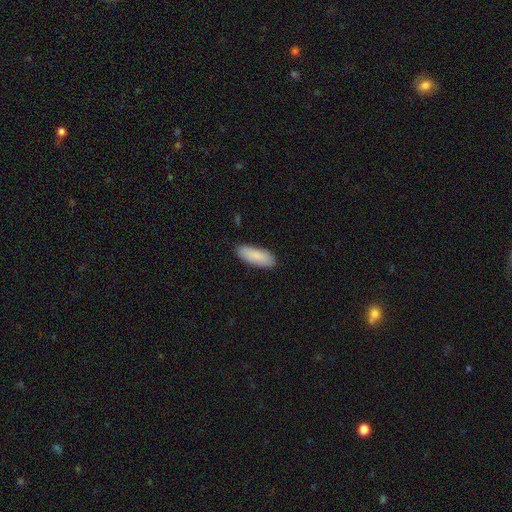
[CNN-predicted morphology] Smooth or featured? smooth (88%)
How rounded? in between (74%)
Merging? none (87%)